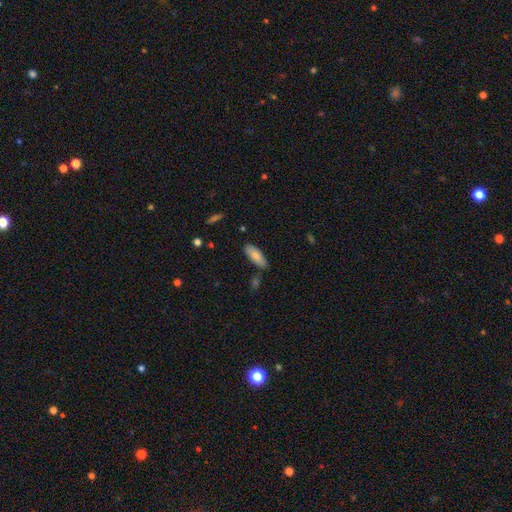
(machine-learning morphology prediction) smooth 79%, featured or disk 15%, star or artifact 6%. Down the decision tree: how rounded — in between (74%); merging — none (78%).